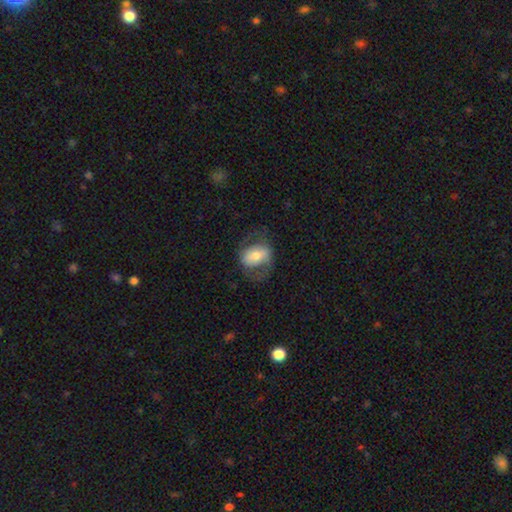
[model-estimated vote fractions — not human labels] Smooth or featured? Predicted: smooth (p=0.50). How rounded? Predicted: in between (p=0.72). Merging? Predicted: none (p=0.60).